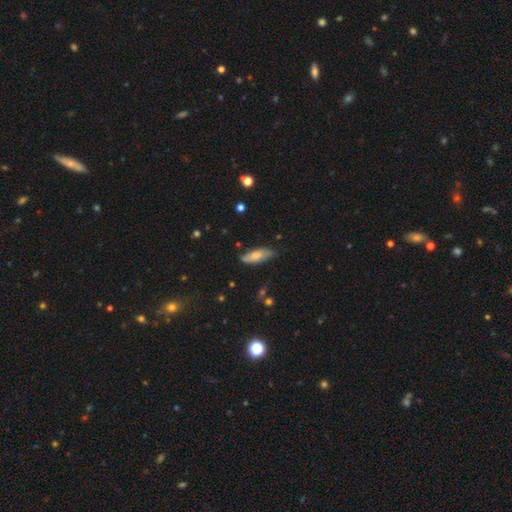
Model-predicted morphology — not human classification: A smooth galaxy with no disk features (67%) that is in between round and cigar-shaped (71%).

Vote fractions:
- Smooth or featured? smooth: 67% / featured or disk: 26% / star or artifact: 7%
- How rounded? in between: 71% / cigar-shaped: 27% / round: 2%
- Merging? none: 71% / minor disturbance: 23% / major disturbance: 4% / merger: 2%